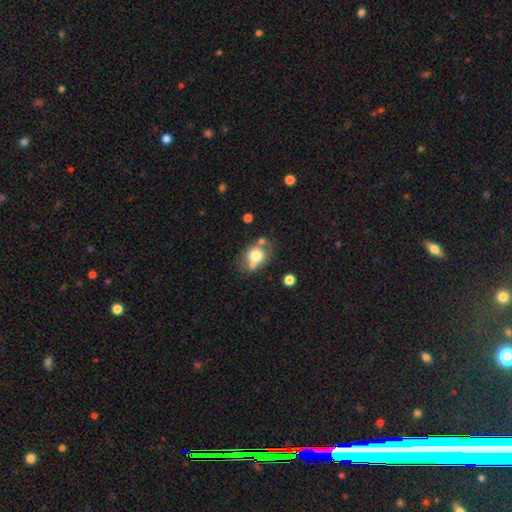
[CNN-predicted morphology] Smooth or featured?
  - smooth: 65% *
  - featured or disk: 25%
  - star or artifact: 10%
How rounded?
  - in between: 55% *
  - round: 43%
  - cigar-shaped: 2%
Merging?
  - none: 45% *
  - merger: 24%
  - minor disturbance: 21%
  - major disturbance: 10%